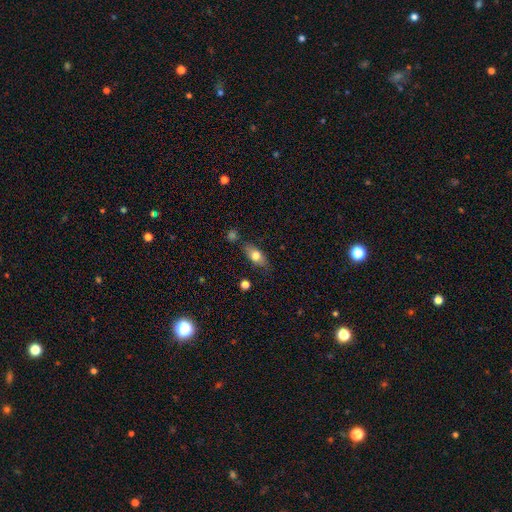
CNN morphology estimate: The model was most divided on "smooth or featured": smooth: 73%, featured or disk: 20%, star or artifact: 8%. More confident: how rounded — in between (79%); merging — none (75%).